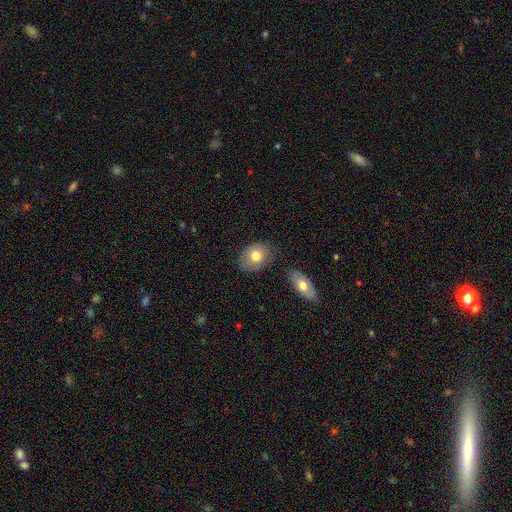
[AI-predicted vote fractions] This appears to be a smooth galaxy with no disk features (75%) that is in between round and cigar-shaped (68%). Merging: none (76%).